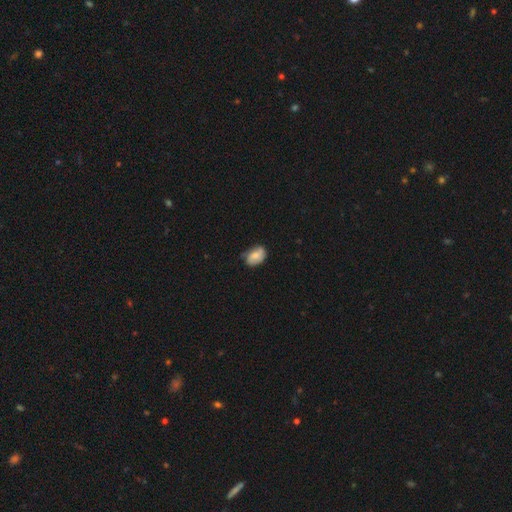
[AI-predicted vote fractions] Q: Smooth or featured?
A: smooth (65%); runner-up: featured or disk (28%)
Q: How rounded?
A: in between (84%); runner-up: round (15%)
Q: Merging?
A: none (56%); runner-up: minor disturbance (35%)